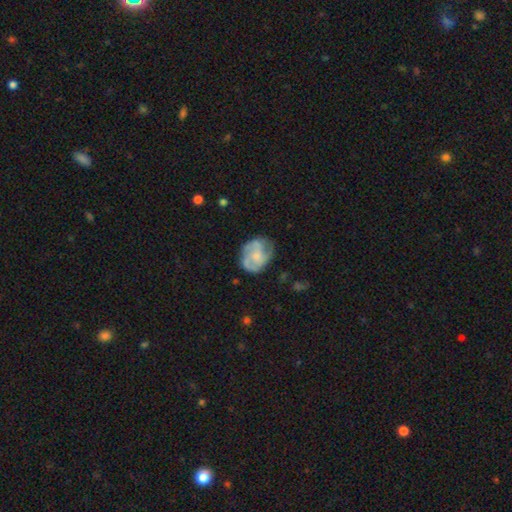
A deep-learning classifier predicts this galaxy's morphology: Overall: featured or disk (65%; smooth 29%). Edge-on disk: no (98%). Bar: no (73%). Spiral arms: yes (80%). Spiral arm count: 2 (30%, tied with 3). Spiral winding: medium (45%; tight 36%). Bulge size: small (42%; moderate 38%). Merging: none (62%; minor disturbance 24%).